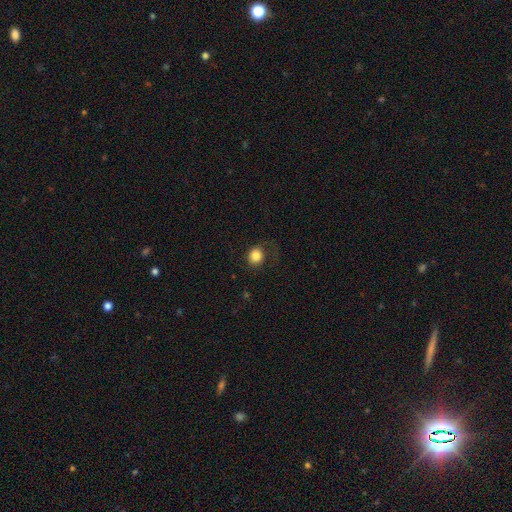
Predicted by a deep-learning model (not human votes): Smooth or featured?
  - smooth: 82% *
  - featured or disk: 9%
  - star or artifact: 9%
How rounded?
  - round: 74% *
  - in between: 25%
  - cigar-shaped: 1%
Merging?
  - none: 61% *
  - major disturbance: 19%
  - minor disturbance: 18%
  - merger: 1%